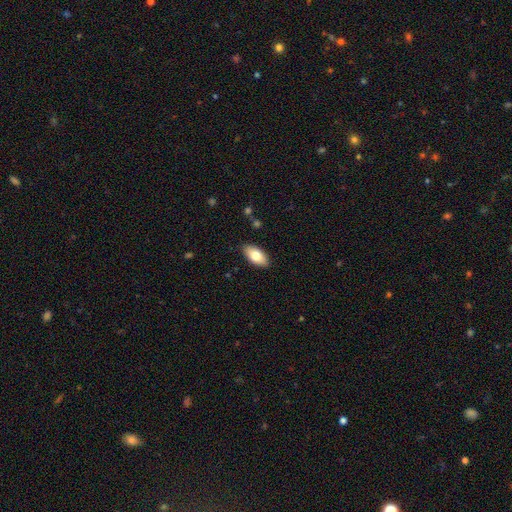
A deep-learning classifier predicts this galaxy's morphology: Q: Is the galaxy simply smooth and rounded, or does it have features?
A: smooth — 77%.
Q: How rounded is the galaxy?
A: in between — 92%.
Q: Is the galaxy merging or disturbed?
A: none — 88%.